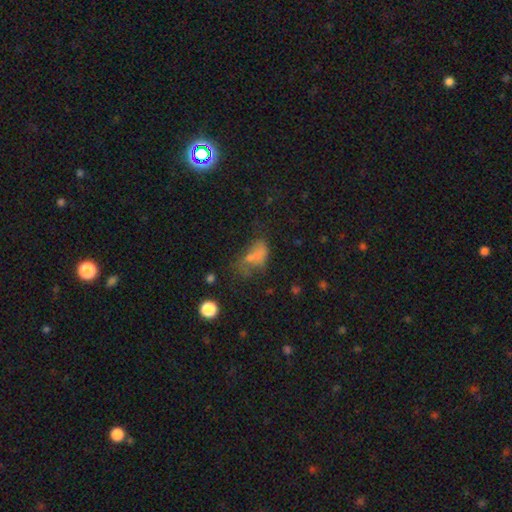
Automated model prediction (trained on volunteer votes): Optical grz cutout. It shows a smooth galaxy with no disk features (58%) that is in between round and cigar-shaped (85%). Merging: major disturbance (30%).